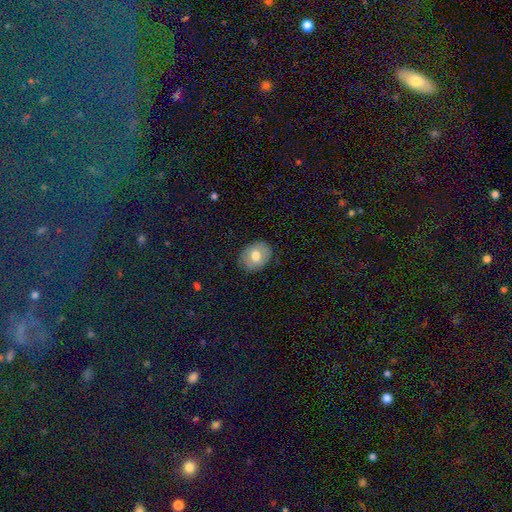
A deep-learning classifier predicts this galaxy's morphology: A smooth galaxy with no disk features (69%) that is round (50%).

Vote fractions:
- Smooth or featured? smooth: 69% / featured or disk: 23% / star or artifact: 8%
- How rounded? round: 50% / in between: 49% / cigar-shaped: 1%
- Merging? none: 85% / minor disturbance: 11% / major disturbance: 3% / merger: 1%